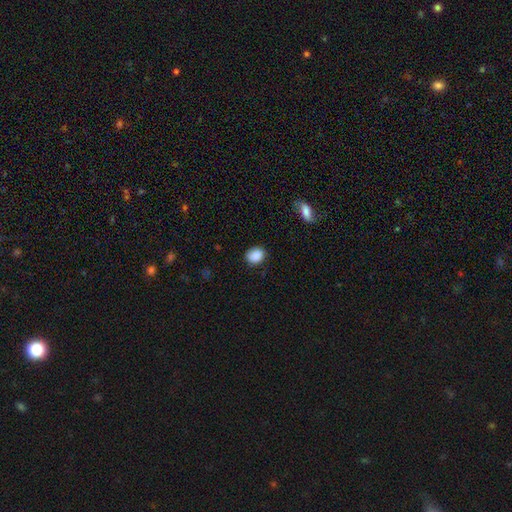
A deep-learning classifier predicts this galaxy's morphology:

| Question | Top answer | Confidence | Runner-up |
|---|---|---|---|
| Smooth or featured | smooth | 88% | star or artifact (8%) |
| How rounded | in between | 52% | round (47%) |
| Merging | none | 82% | minor disturbance (13%) |